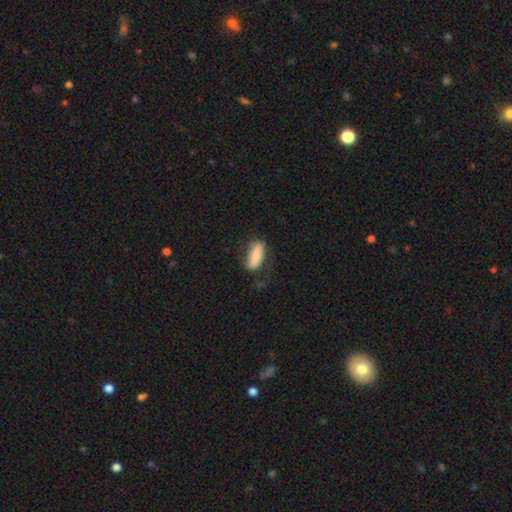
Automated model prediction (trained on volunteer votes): A smooth galaxy with no disk features (71%) that is in between round and cigar-shaped (73%). Merging: none (62%).